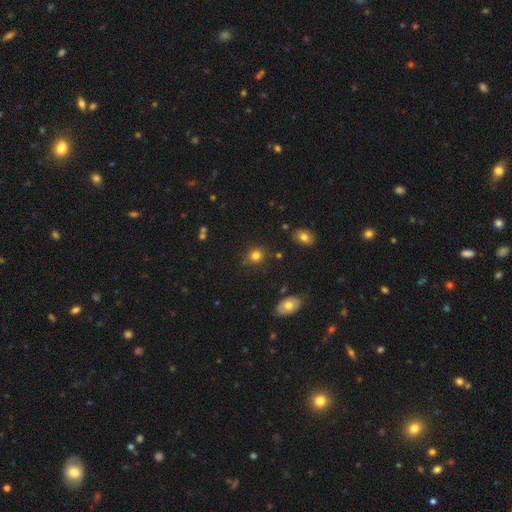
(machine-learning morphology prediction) type=smooth (80%); roundness=round (79%); merging=none (83%).